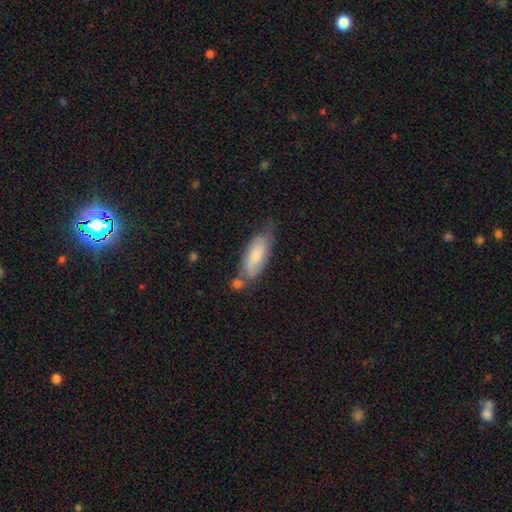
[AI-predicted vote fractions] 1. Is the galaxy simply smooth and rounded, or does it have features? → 67% smooth, 27% featured or disk, 6% star or artifact.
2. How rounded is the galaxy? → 75% in between, 23% cigar-shaped, 2% round.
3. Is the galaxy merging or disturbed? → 50% none, 29% minor disturbance, 13% merger, 8% major disturbance.